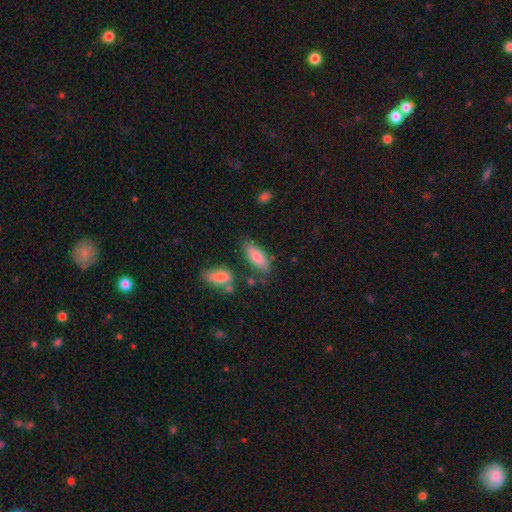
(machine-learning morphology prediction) Overall: smooth (83%). How rounded: in between (75%). Merging: none (69%).